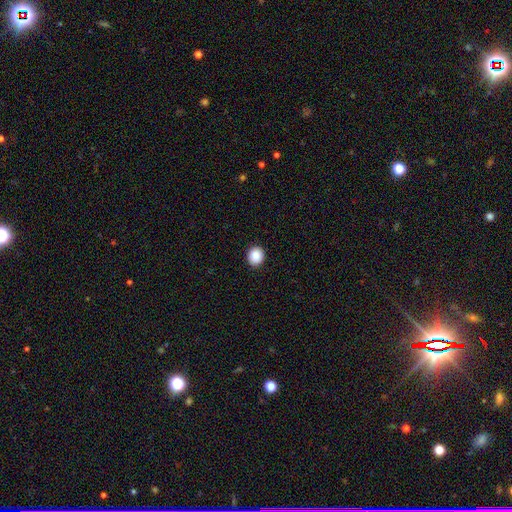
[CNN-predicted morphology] A smooth galaxy with no disk features (89%) that is round (79%).

Vote fractions:
- Smooth or featured? smooth: 89% / star or artifact: 9% / featured or disk: 3%
- How rounded? round: 79% / in between: 20% / cigar-shaped: 1%
- Merging? none: 92% / minor disturbance: 5% / major disturbance: 2% / merger: 1%